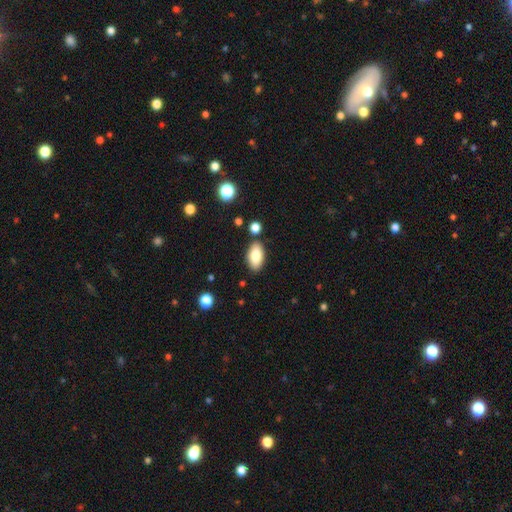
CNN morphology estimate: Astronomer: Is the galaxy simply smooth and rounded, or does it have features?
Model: smooth — 80%.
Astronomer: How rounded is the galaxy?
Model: in between — 92%.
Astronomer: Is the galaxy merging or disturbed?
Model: none — 84%.